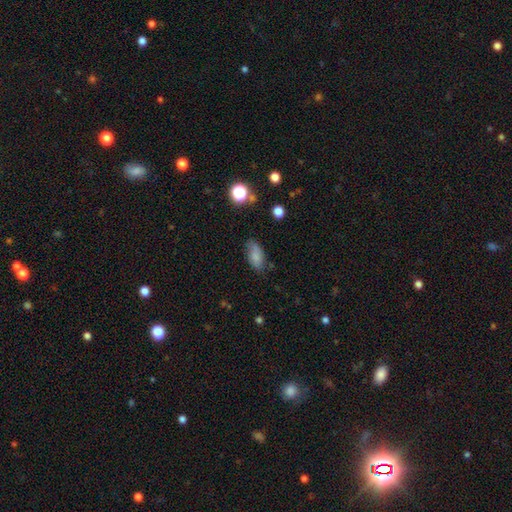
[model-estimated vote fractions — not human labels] A smooth galaxy with no disk features (78%) that is in between round and cigar-shaped (89%).

Vote fractions:
- Smooth or featured? smooth: 78% / featured or disk: 12% / star or artifact: 10%
- How rounded? in between: 89% / cigar-shaped: 7% / round: 4%
- Merging? none: 68% / minor disturbance: 24% / major disturbance: 6% / merger: 2%